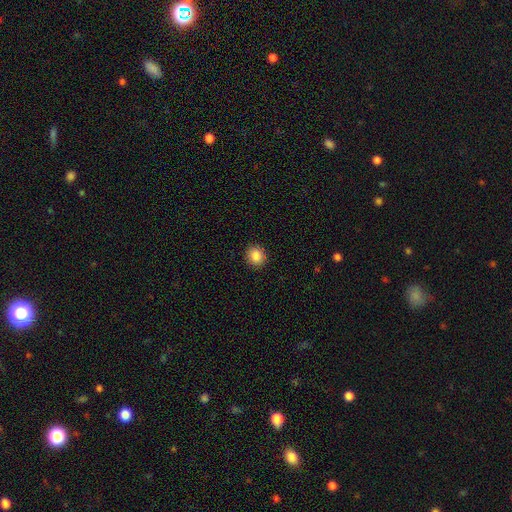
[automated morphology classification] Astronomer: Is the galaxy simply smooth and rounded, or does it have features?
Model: smooth — 86%.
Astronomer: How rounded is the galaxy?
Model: round — 81%.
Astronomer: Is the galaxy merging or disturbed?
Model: none — 91%.